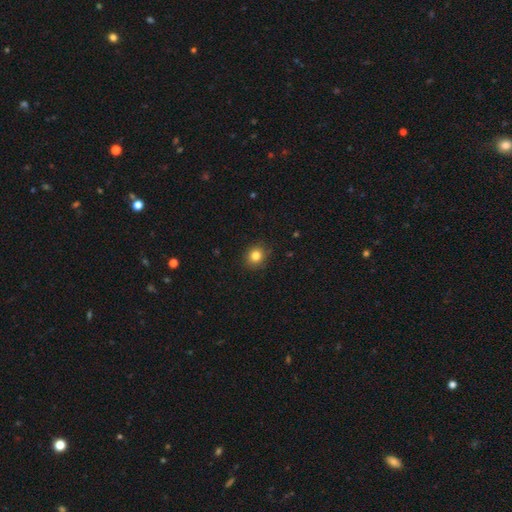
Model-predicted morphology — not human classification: Smooth or featured: smooth — 82% (star or artifact — 11%)
How rounded: round — 78% (in between — 21%)
Merging: none — 88% (minor disturbance — 9%)